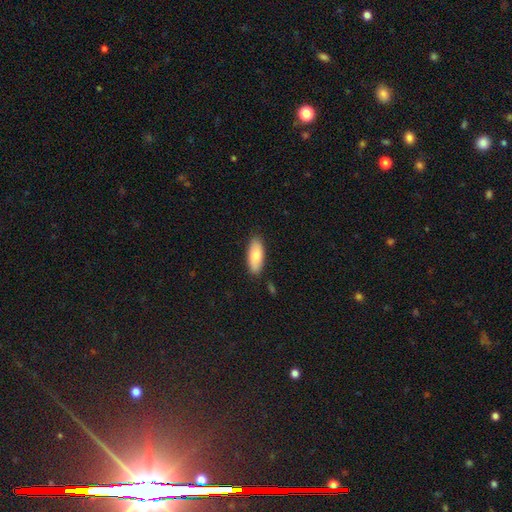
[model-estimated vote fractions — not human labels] Smooth or featured: smooth — 80% (featured or disk — 14%)
How rounded: in between — 78% (cigar-shaped — 20%)
Merging: none — 86% (minor disturbance — 11%)